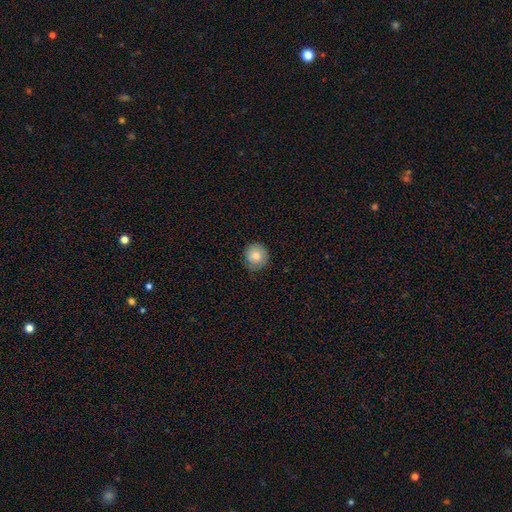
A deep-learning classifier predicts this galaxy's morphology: Smooth or featured: smooth — 80% (featured or disk — 12%)
How rounded: round — 93% (in between — 6%)
Merging: none — 77% (minor disturbance — 19%)